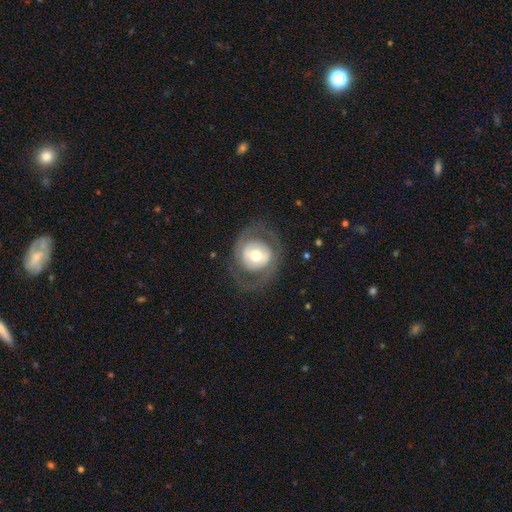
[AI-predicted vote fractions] Smooth or featured? featured or disk (58%)
Edge-on disk? no (96%)
Bar? no (60%)
Spiral arms? no (62%)
Bulge size? moderate (70%)
Merging? none (73%)